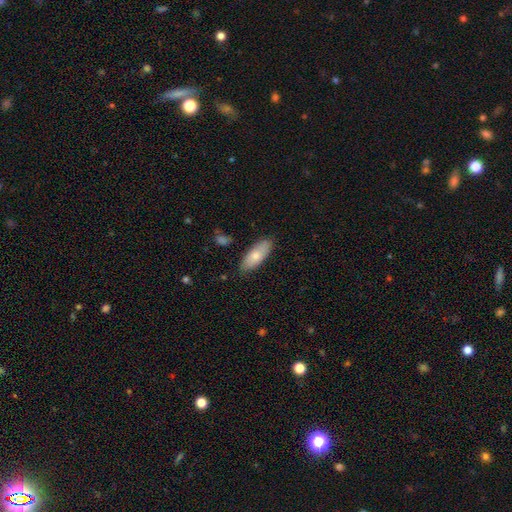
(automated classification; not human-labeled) This is likely a smooth galaxy (76%). How rounded: likely in between (78%). Merging: clearly none (82%).